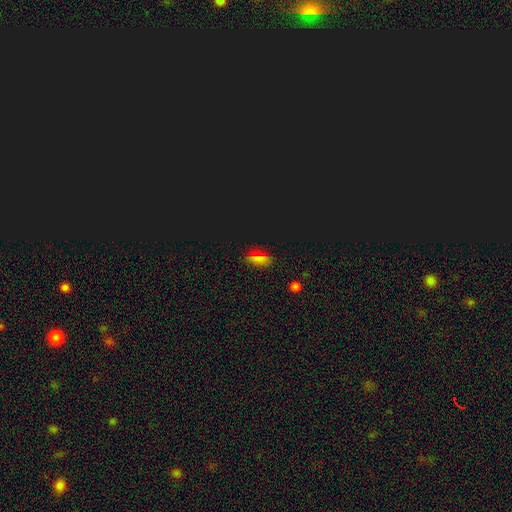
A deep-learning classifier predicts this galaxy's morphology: Smooth or featured?
  - smooth: 46% *
  - star or artifact: 44%
  - featured or disk: 9%
Merging?
  - none: 83% *
  - minor disturbance: 11%
  - major disturbance: 3%
  - merger: 2%